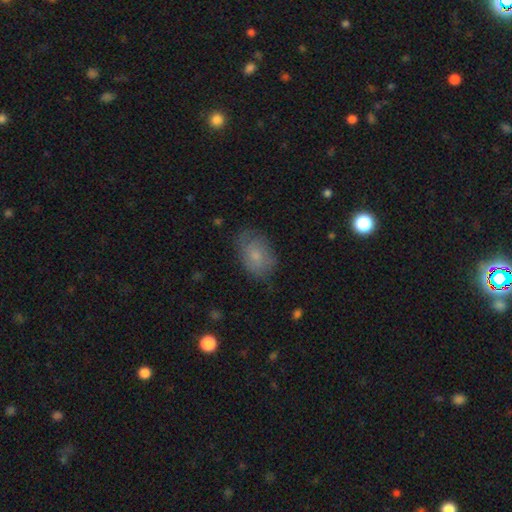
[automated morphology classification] Q: Smooth or featured?
A: smooth (68%); runner-up: featured or disk (24%)
Q: How rounded?
A: in between (83%); runner-up: round (16%)
Q: Merging?
A: none (68%); runner-up: minor disturbance (23%)